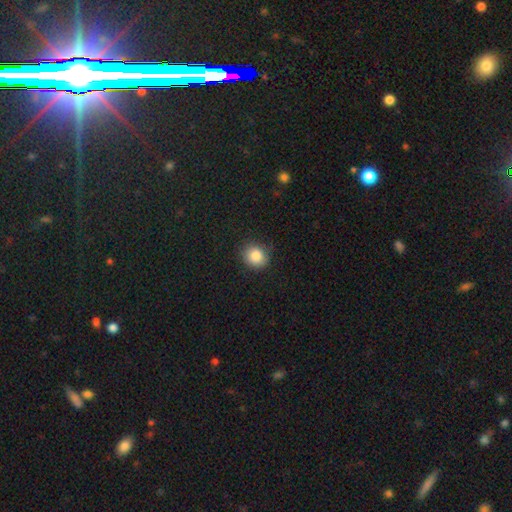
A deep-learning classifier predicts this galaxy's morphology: This is clearly a smooth galaxy (85%). How rounded: clearly round (82%). Merging: clearly none (83%).